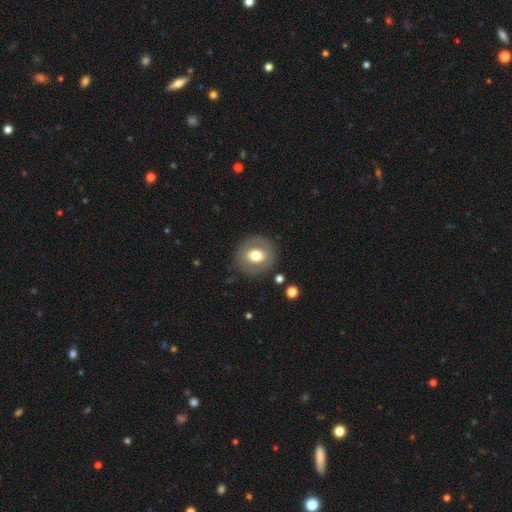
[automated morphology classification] This appears to be a smooth galaxy with no disk features (63%) that is round (85%). Merging: none (84%).